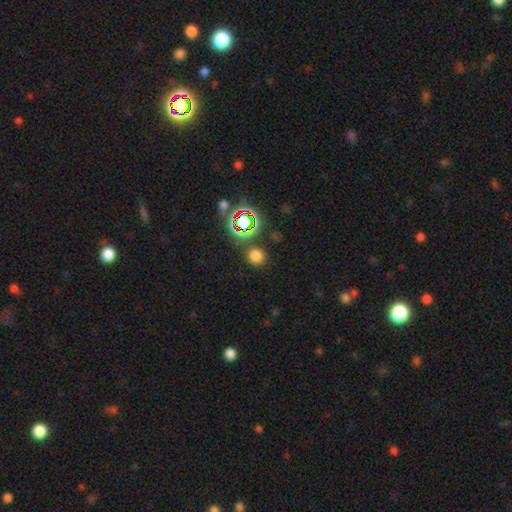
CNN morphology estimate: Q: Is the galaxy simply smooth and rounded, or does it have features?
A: smooth — 71%.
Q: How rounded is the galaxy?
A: round — 90%.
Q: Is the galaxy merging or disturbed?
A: none — 85%.